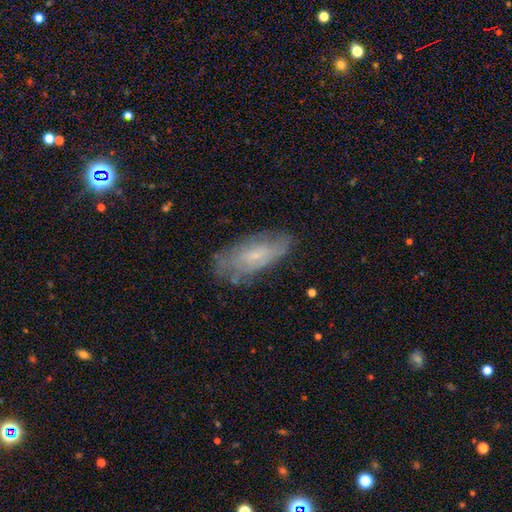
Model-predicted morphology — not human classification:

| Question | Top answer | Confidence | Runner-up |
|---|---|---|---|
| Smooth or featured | featured or disk | 50% | smooth (41%) |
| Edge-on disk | no | 83% | yes (17%) |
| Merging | none | 67% | minor disturbance (23%) |